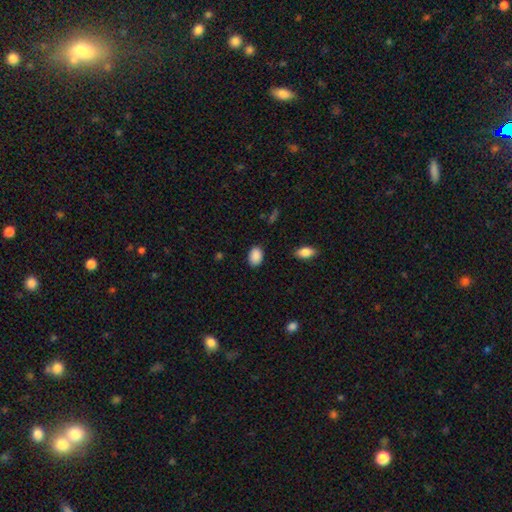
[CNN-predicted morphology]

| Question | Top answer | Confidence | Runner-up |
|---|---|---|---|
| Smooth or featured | smooth | 90% | star or artifact (7%) |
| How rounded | in between | 84% | round (15%) |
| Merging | none | 86% | minor disturbance (10%) |